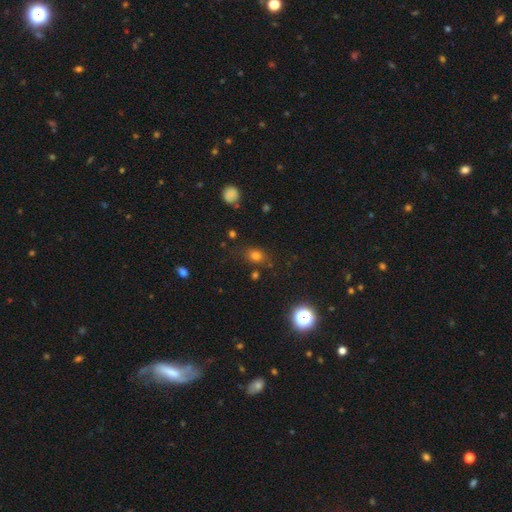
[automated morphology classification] This is likely a smooth galaxy (72%). How rounded: possibly in between (58%). Merging: likely none (75%).